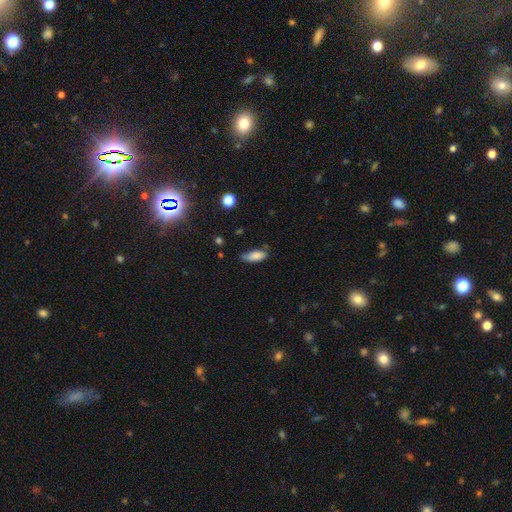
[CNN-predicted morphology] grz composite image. It shows a smooth galaxy with no disk features (85%) that is in between round and cigar-shaped (74%). Merging: none (58%).